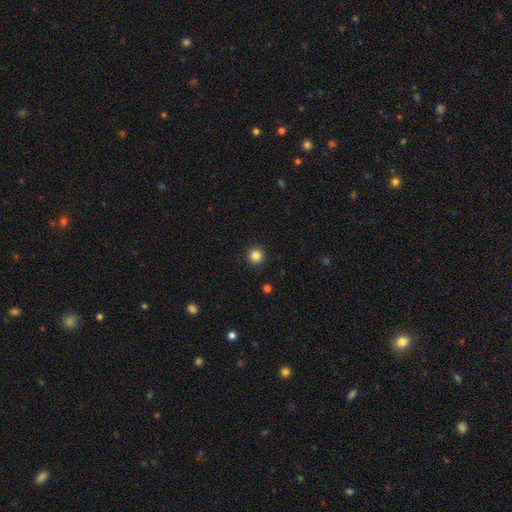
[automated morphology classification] This is clearly a smooth galaxy (86%). How rounded: clearly round (96%). Merging: clearly none (93%).